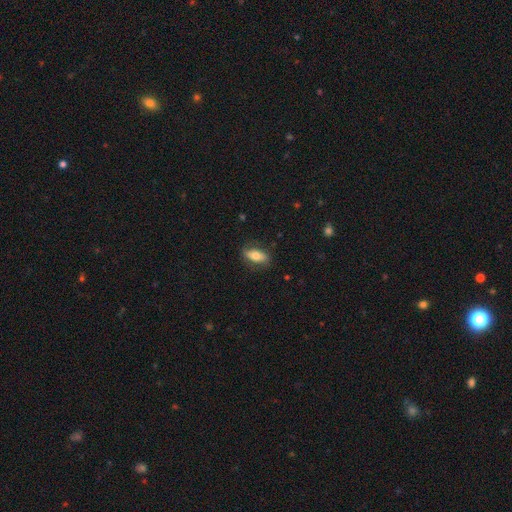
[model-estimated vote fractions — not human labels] smooth 66%, featured or disk 27%, star or artifact 7%. Down the decision tree: how rounded — in between (81%); merging — none (79%).